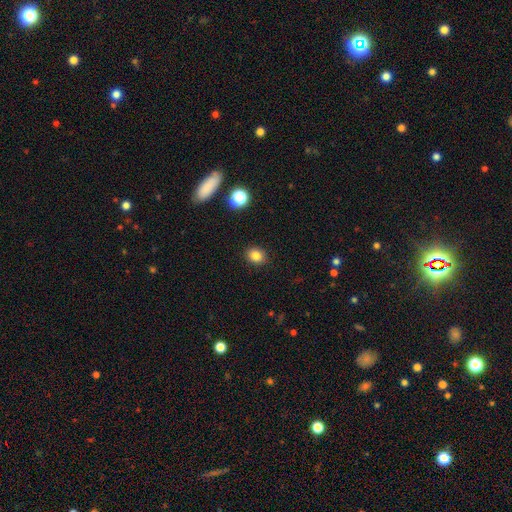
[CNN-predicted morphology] Q: Smooth or featured?
A: smooth (83%); runner-up: star or artifact (12%)
Q: How rounded?
A: round (61%); runner-up: in between (38%)
Q: Merging?
A: none (90%); runner-up: minor disturbance (7%)